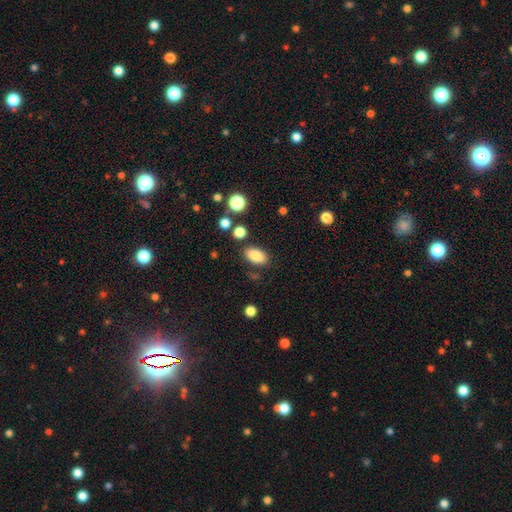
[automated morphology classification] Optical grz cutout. It shows a smooth galaxy with no disk features (85%) that is in between round and cigar-shaped (91%). Merging: none (82%).